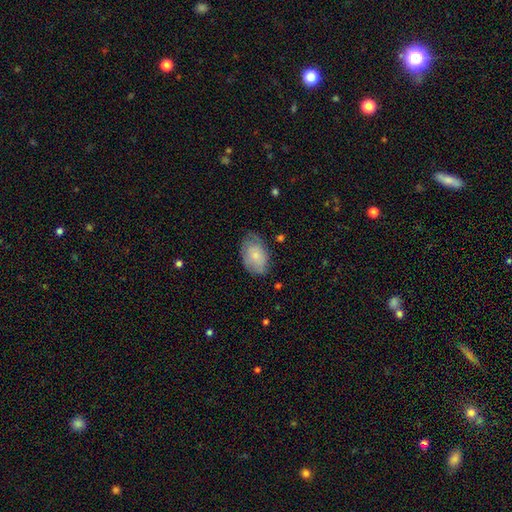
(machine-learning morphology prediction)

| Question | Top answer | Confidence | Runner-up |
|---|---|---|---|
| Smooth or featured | smooth | 67% | featured or disk (26%) |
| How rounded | in between | 90% | round (8%) |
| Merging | none | 63% | minor disturbance (28%) |